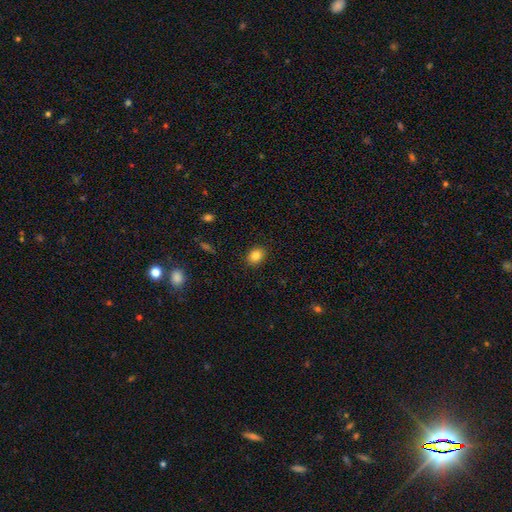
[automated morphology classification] Overall: smooth (84%). How rounded: in between (54%; round 45%). Merging: none (89%).